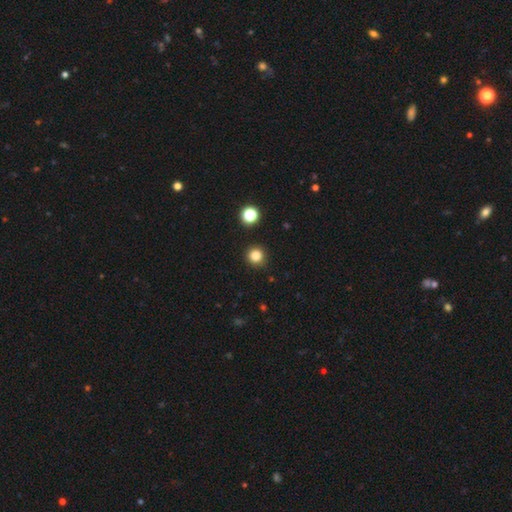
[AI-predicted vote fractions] The model was most divided on "smooth or featured": smooth: 84%, star or artifact: 13%, featured or disk: 4%. More confident: how rounded — round (94%); merging — none (89%).